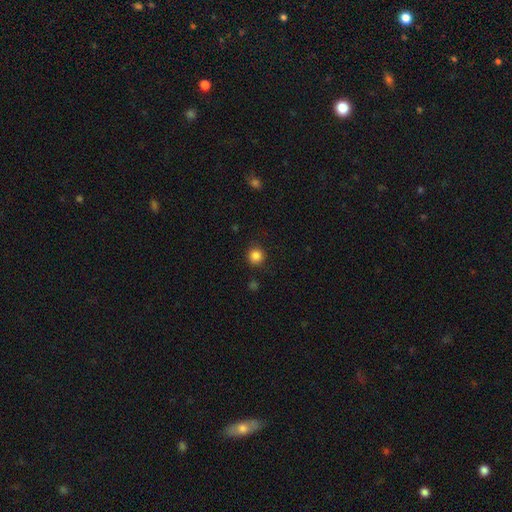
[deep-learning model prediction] Smooth or featured: smooth — 85% (star or artifact — 11%)
How rounded: round — 93% (in between — 6%)
Merging: none — 90% (minor disturbance — 7%)